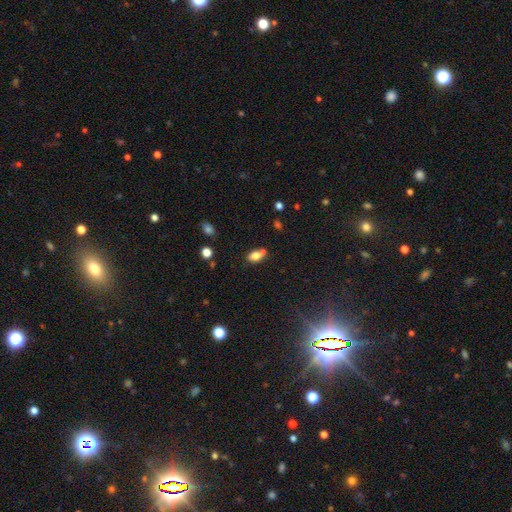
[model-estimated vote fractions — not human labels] The model was most divided on "merging": none: 54%, merger: 23%, minor disturbance: 18%, major disturbance: 5%. More confident: how rounded — in between (85%); smooth or featured — smooth (77%).